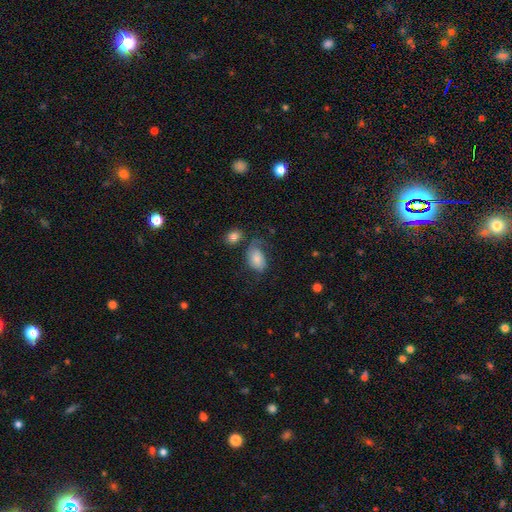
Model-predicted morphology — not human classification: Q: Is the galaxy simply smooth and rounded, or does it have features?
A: smooth — 62%.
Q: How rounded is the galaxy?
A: in between — 82%.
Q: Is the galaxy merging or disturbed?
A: none — 49%.